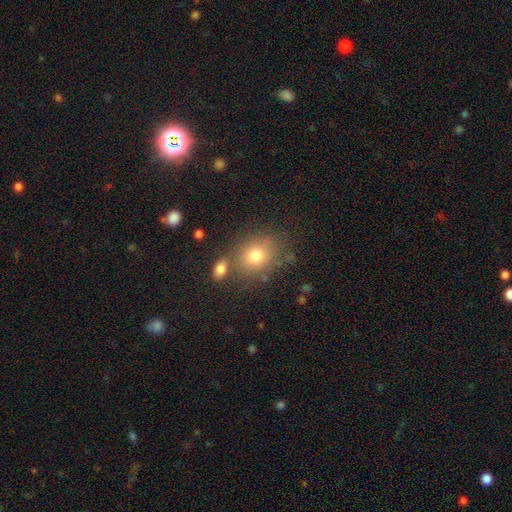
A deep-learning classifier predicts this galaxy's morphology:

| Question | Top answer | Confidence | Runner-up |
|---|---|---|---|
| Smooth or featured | smooth | 75% | star or artifact (13%) |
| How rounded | round | 58% | in between (41%) |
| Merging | none | 70% | merger (13%) |